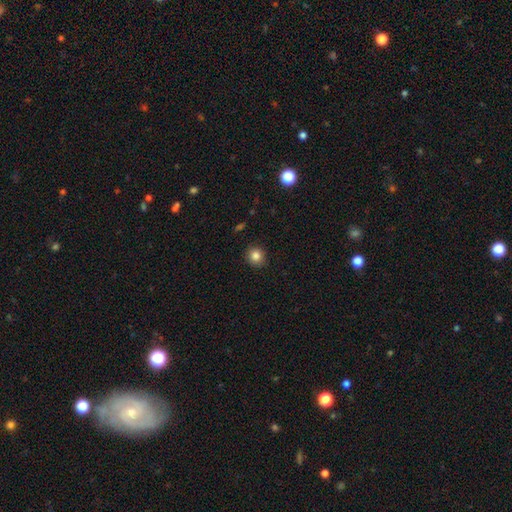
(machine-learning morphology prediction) smooth 84%, star or artifact 11%, featured or disk 5%. Down the decision tree: how rounded — round (87%); merging — none (90%).